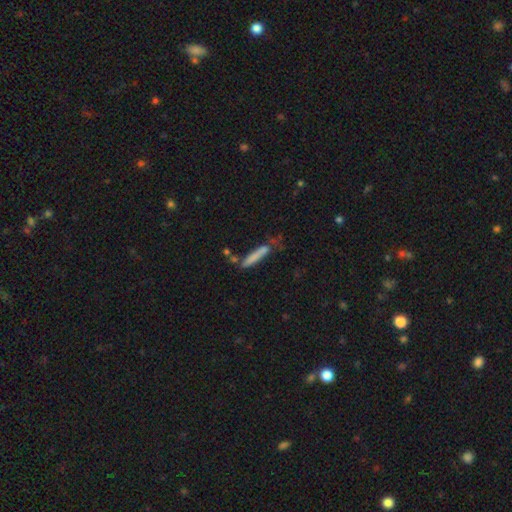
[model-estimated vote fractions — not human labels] Overall: smooth (76%). How rounded: cigar-shaped (92%). Merging: none (66%).